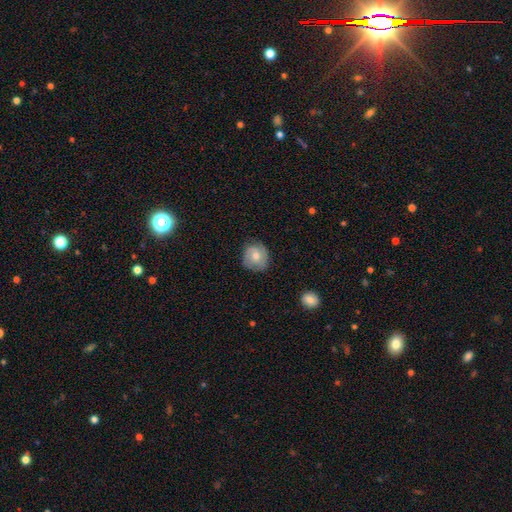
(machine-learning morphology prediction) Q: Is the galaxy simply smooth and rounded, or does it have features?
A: smooth — 56%.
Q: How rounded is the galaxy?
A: round — 79%.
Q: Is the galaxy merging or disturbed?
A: none — 72%.